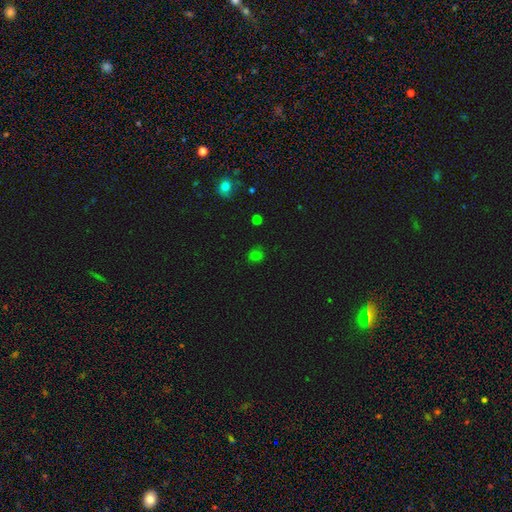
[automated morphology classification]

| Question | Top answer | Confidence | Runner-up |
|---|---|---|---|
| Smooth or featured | smooth | 72% | star or artifact (22%) |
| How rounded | round | 79% | in between (20%) |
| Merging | none | 83% | minor disturbance (12%) |